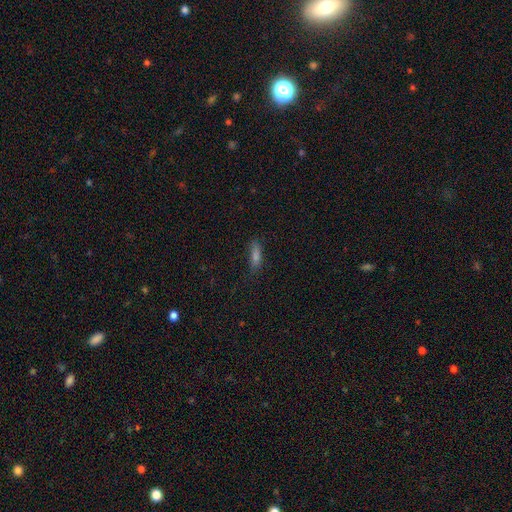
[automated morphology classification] Smooth or featured?
  - smooth: 72% *
  - star or artifact: 15%
  - featured or disk: 14%
How rounded?
  - cigar-shaped: 60% *
  - in between: 37%
  - round: 3%
Merging?
  - none: 76% *
  - minor disturbance: 18%
  - major disturbance: 5%
  - merger: 2%